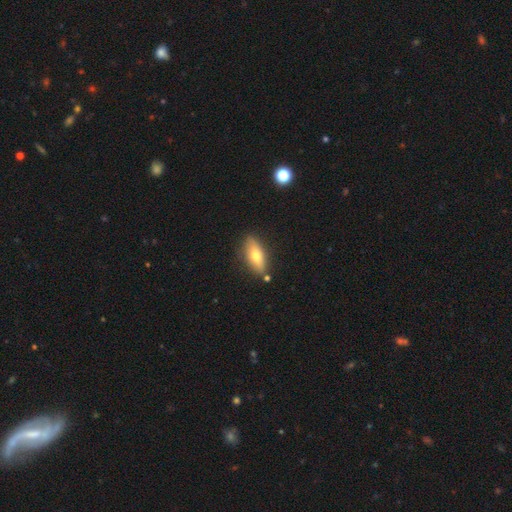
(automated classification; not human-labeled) Overall: smooth (68%). How rounded: in between (77%). Merging: none (81%).